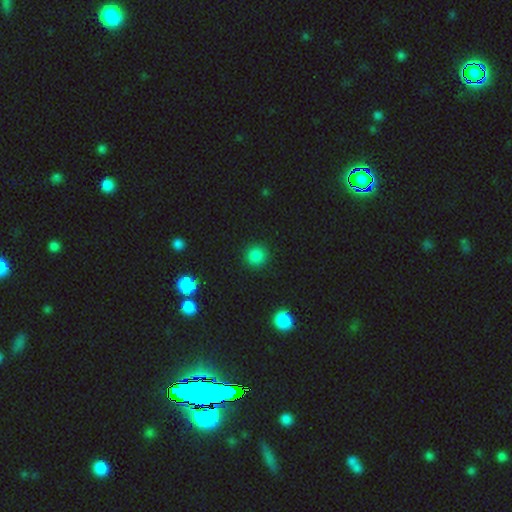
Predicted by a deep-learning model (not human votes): smooth-or-featured: smooth: 84% | star or artifact: 12% | featured or disk: 4%
  how-rounded: round: 93% | in between: 6% | cigar-shaped: 1%
  merging: none: 91% | minor disturbance: 6% | major disturbance: 2% | merger: 1%